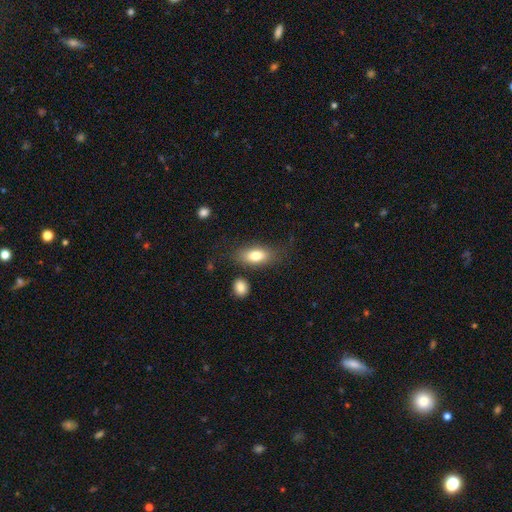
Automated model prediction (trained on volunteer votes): Smooth or featured? Predicted: smooth (p=0.79). How rounded? Predicted: in between (p=0.85). Merging? Predicted: none (p=0.74).